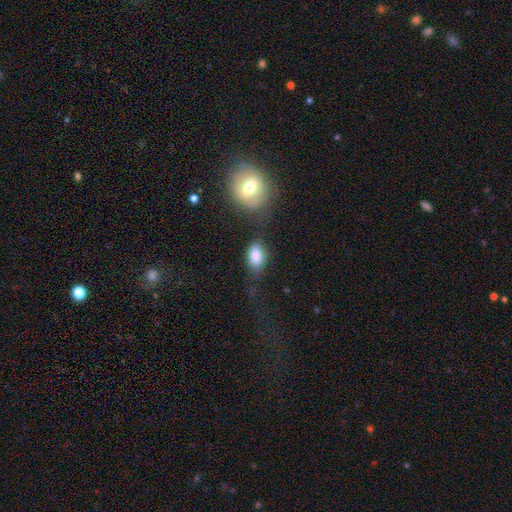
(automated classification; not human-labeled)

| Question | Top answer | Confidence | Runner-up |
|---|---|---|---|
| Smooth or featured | smooth | 83% | featured or disk (9%) |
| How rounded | in between | 87% | round (10%) |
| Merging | none | 56% | minor disturbance (22%) |